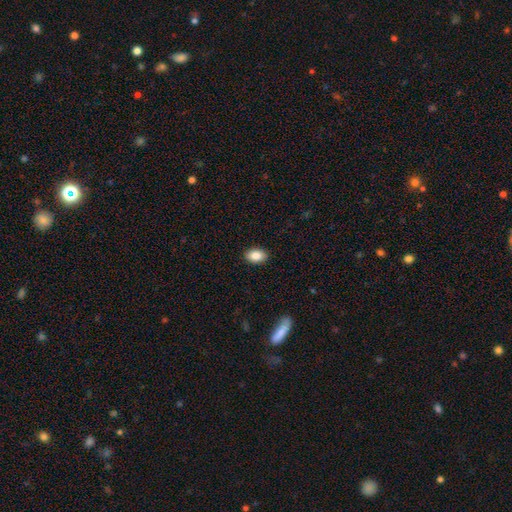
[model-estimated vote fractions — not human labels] This is clearly a smooth galaxy (86%). How rounded: clearly in between (88%). Merging: clearly none (90%).